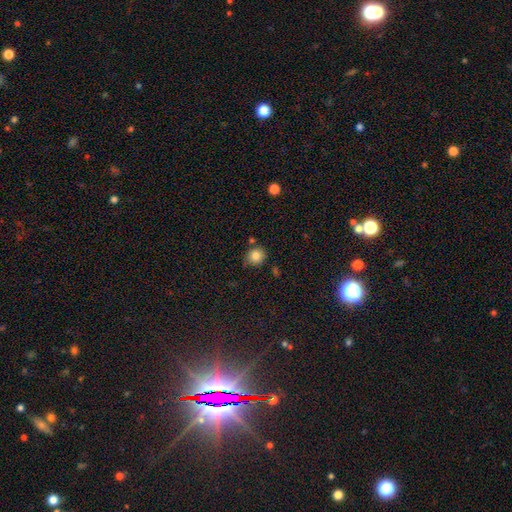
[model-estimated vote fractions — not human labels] This is clearly a smooth galaxy (83%). How rounded: clearly round (82%). Merging: likely none (74%).